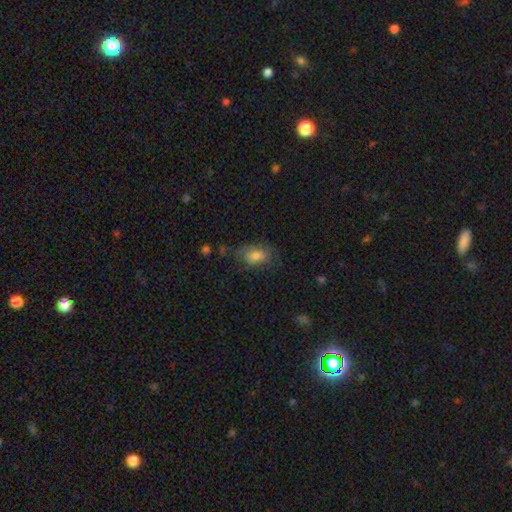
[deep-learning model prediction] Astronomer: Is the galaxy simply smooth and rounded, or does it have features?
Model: smooth — 72%.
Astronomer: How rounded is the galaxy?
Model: in between — 85%.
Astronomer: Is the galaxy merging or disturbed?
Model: none — 61%.